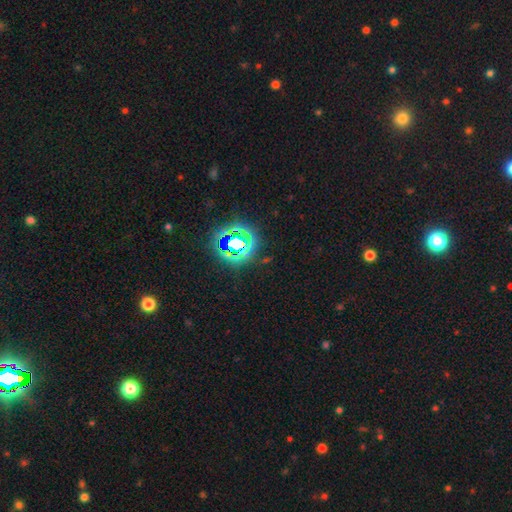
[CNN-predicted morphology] Smooth or featured: star or artifact — 73% (smooth — 21%)